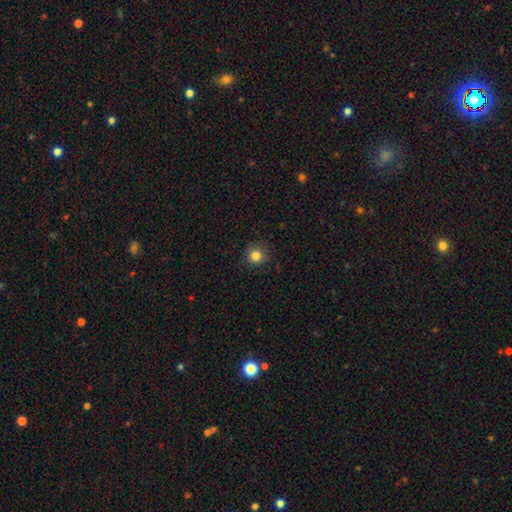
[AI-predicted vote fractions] Smooth or featured? Predicted: smooth (p=0.84). How rounded? Predicted: round (p=0.94). Merging? Predicted: none (p=0.90).